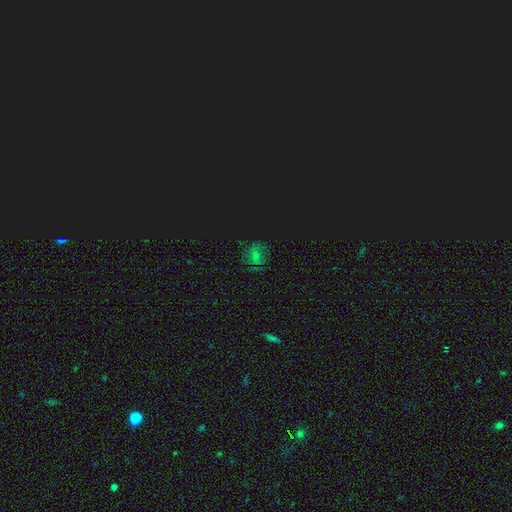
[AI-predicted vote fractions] Q: Smooth or featured?
A: star or artifact (45%); runner-up: smooth (39%)